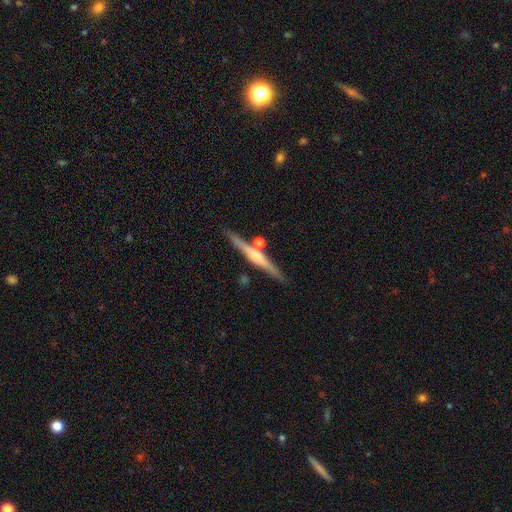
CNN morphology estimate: Smooth or featured? featured or disk (69%)
Edge-on disk? yes (97%)
Edge-on bulge? rounded (80%)
Merging? none (79%)